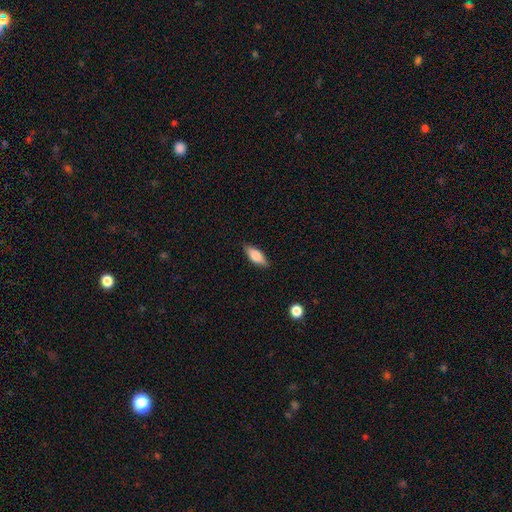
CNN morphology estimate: smooth-or-featured: smooth: 73% | featured or disk: 20% | star or artifact: 6%
  how-rounded: in between: 74% | cigar-shaped: 23% | round: 3%
  merging: none: 86% | minor disturbance: 10% | major disturbance: 2% | merger: 1%